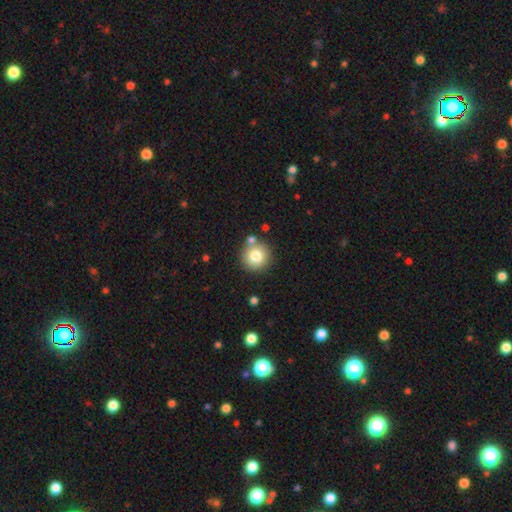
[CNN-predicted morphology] Overall: smooth (78%). How rounded: round (94%). Merging: none (77%).